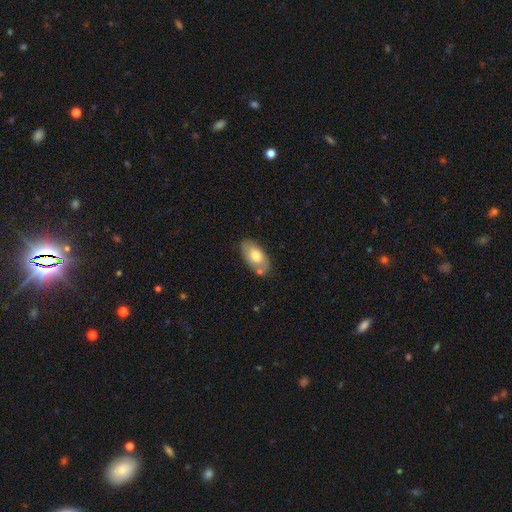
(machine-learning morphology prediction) type=smooth (68%); roundness=in between (94%); merging=none (67%).